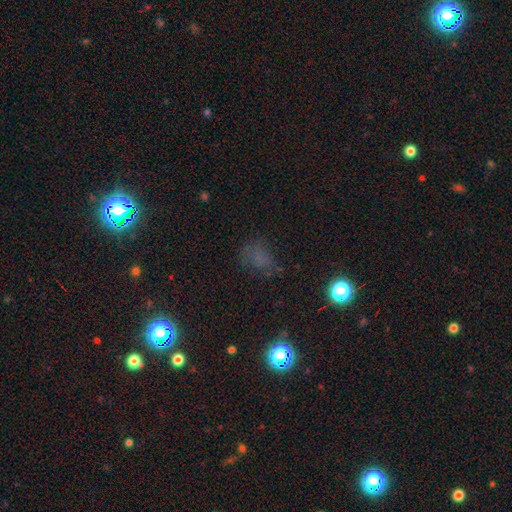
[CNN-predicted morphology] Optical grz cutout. It shows a smooth galaxy with no disk features (50%) that is in between round and cigar-shaped (57%). Merging: none (59%).